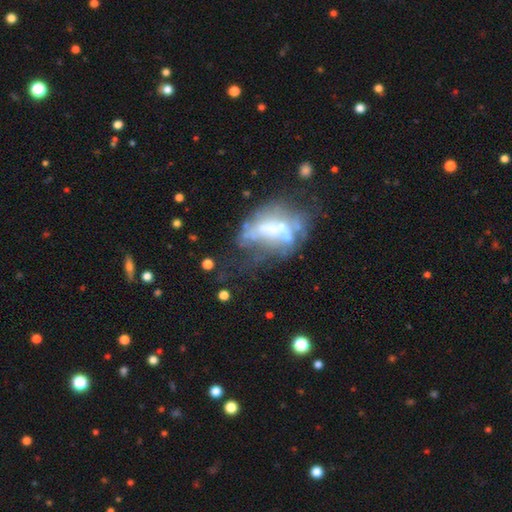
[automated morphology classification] smooth_or_featured: featured or disk (p=0.59) [alt: smooth p=0.26]
disk_edge_on: no (p=0.89) [alt: yes p=0.11]
bar: no (p=0.57) [alt: strong p=0.22]
has_spiral_arms: no (p=0.74) [alt: yes p=0.26]
bulge_size: none (p=0.40) [alt: moderate p=0.23]
merging: major disturbance (p=0.36) [alt: none p=0.29]